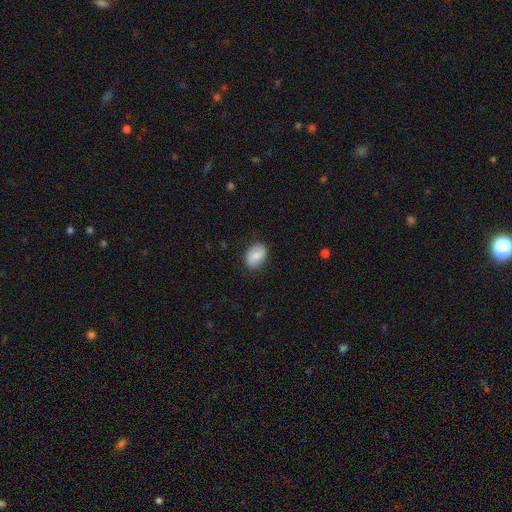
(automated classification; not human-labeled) smooth 81%, featured or disk 13%, star or artifact 7%. Down the decision tree: how rounded — in between (82%); merging — none (83%).